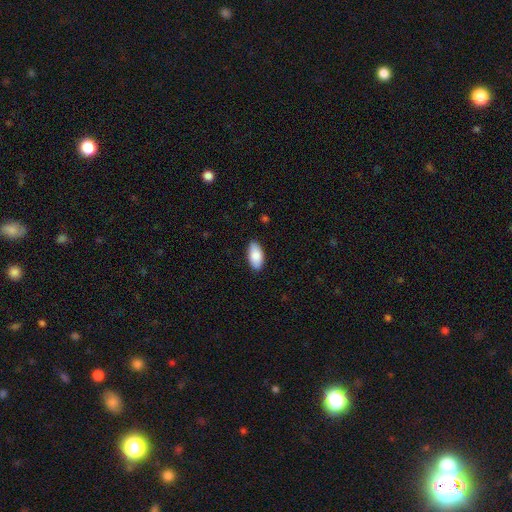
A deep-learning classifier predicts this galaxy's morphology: This is clearly a smooth galaxy (86%). How rounded: clearly in between (94%). Merging: clearly none (88%).